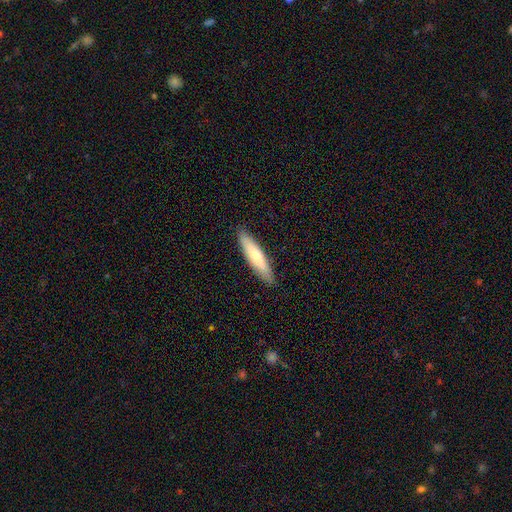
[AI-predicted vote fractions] smooth 69%, featured or disk 26%, star or artifact 5%. Down the decision tree: how rounded — cigar-shaped (83%); merging — none (89%).